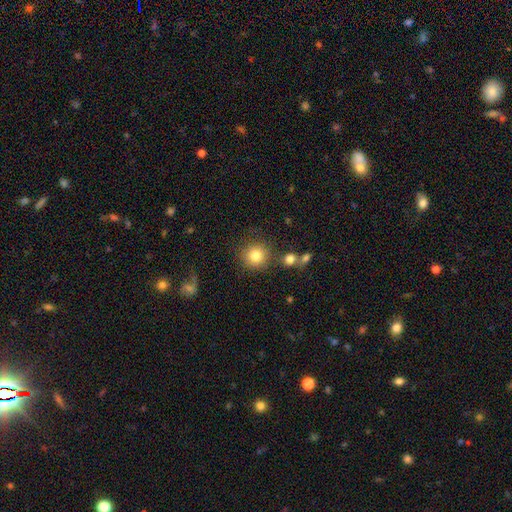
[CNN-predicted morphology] A smooth galaxy with no disk features (82%) that is round (92%).

Vote fractions:
- Smooth or featured? smooth: 82% / star or artifact: 10% / featured or disk: 8%
- How rounded? round: 92% / in between: 7% / cigar-shaped: 1%
- Merging? none: 80% / minor disturbance: 9% / merger: 7% / major disturbance: 4%